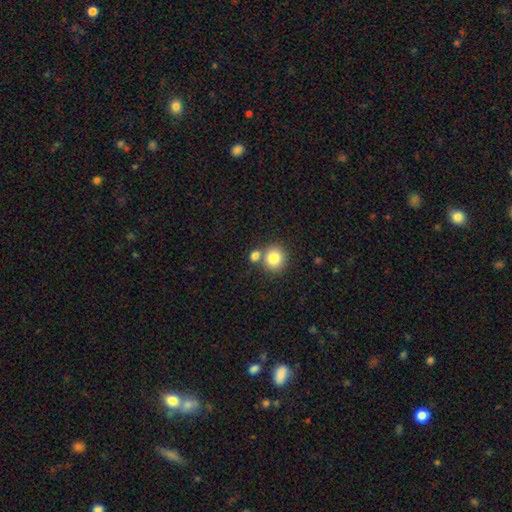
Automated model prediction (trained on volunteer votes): Q: Smooth or featured?
A: smooth (83%); runner-up: star or artifact (9%)
Q: How rounded?
A: round (72%); runner-up: in between (26%)
Q: Merging?
A: none (55%); runner-up: merger (32%)